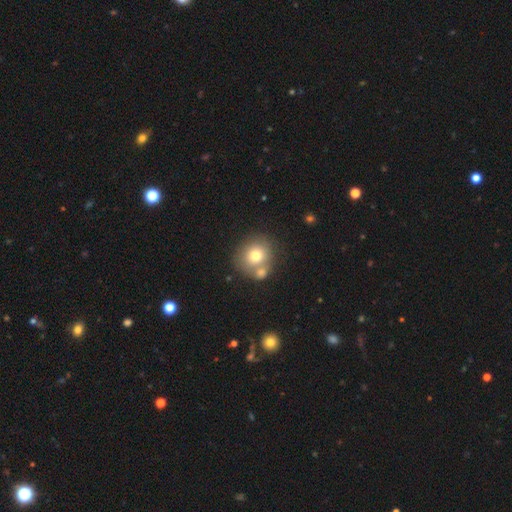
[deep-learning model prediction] This is likely a smooth galaxy (73%). How rounded: clearly round (83%). Merging: possibly none (53%).